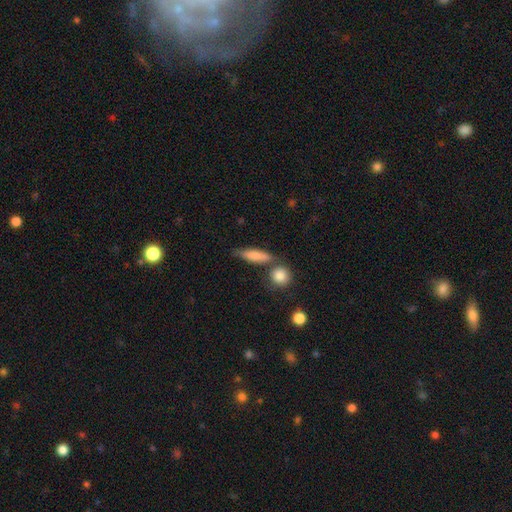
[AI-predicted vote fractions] Morphology: type=smooth (77%); roundness=cigar-shaped (56%); merging=none (64%).